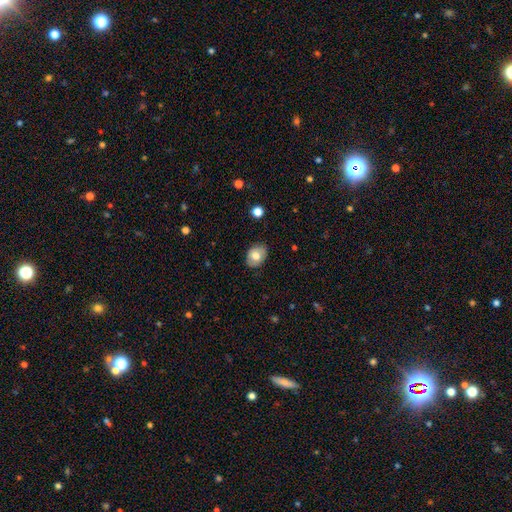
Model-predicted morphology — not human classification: smooth 74%, featured or disk 18%, star or artifact 8%. Down the decision tree: how rounded — in between (68%); merging — none (85%).